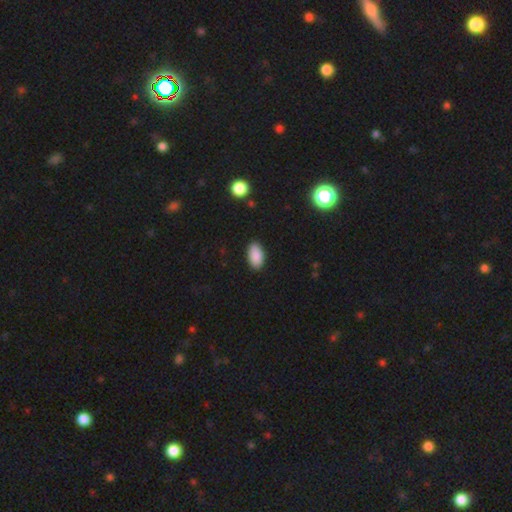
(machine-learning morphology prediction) A smooth galaxy with no disk features (89%) that is in between round and cigar-shaped (95%). Merging: none (88%).